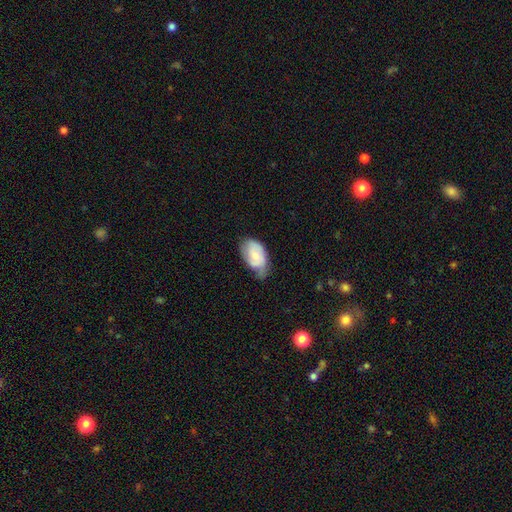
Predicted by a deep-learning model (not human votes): The model was most divided on "merging": minor disturbance: 45%, none: 36%, major disturbance: 17%, merger: 3%. More confident: how rounded — in between (91%); smooth or featured — smooth (56%).